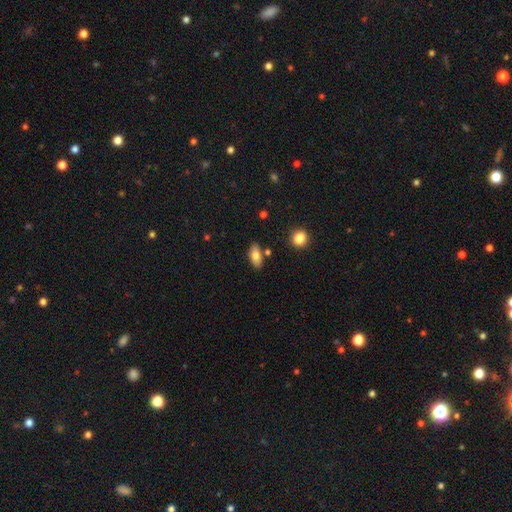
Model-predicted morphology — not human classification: A smooth galaxy with no disk features (78%) that is in between round and cigar-shaped (89%). Merging: none (82%).